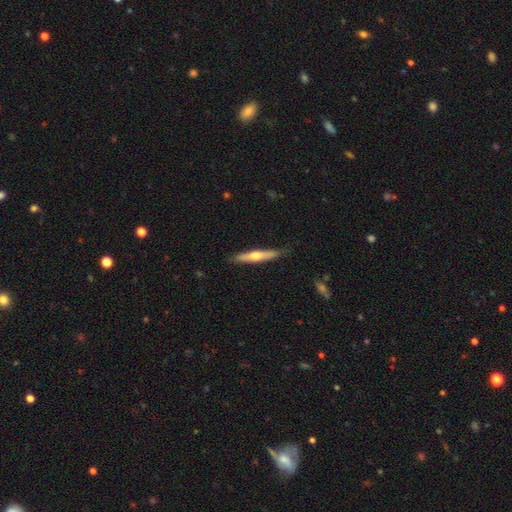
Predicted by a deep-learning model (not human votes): featured or disk 51%, smooth 44%, star or artifact 5%. Down the decision tree: edge-on disk — yes (93%); merging — none (83%).